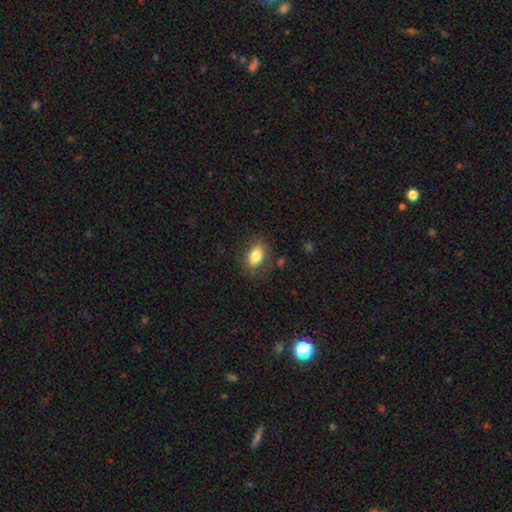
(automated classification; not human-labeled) Smooth or featured? smooth (83%)
How rounded? in between (84%)
Merging? none (80%)